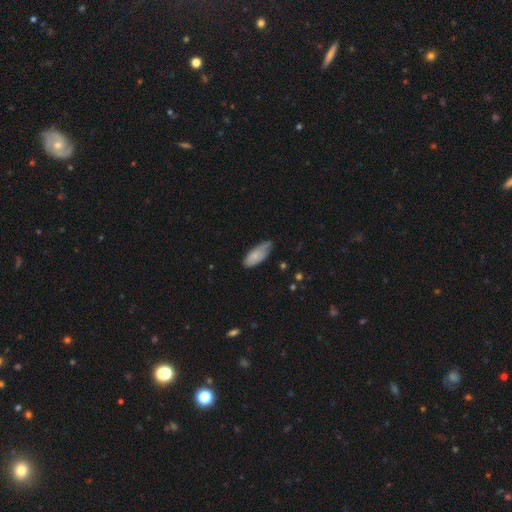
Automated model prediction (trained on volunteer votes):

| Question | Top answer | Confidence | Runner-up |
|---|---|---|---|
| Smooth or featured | smooth | 76% | featured or disk (18%) |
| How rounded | in between | 82% | cigar-shaped (16%) |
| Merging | none | 46% | minor disturbance (43%) |